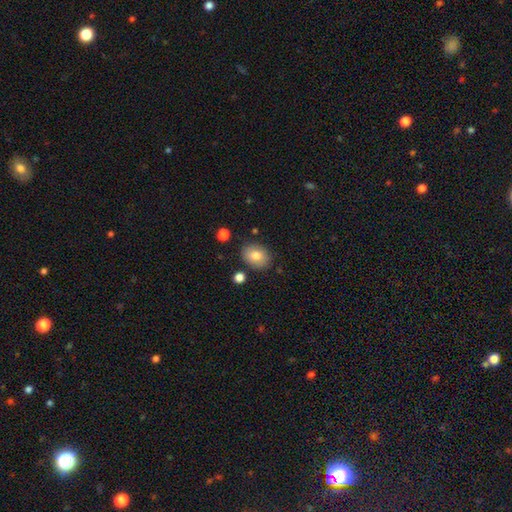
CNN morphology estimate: Overall: smooth (79%). How rounded: in between (64%; round 35%). Merging: none (84%).